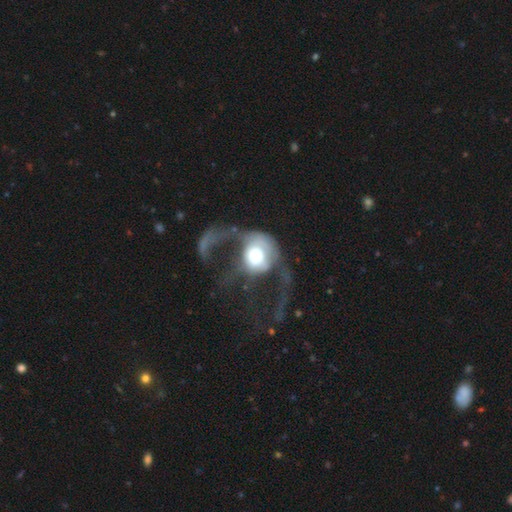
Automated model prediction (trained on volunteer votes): smooth_or_featured: featured or disk (p=0.46) [alt: smooth p=0.45]
merging: major disturbance (p=0.71) [alt: none p=0.14]